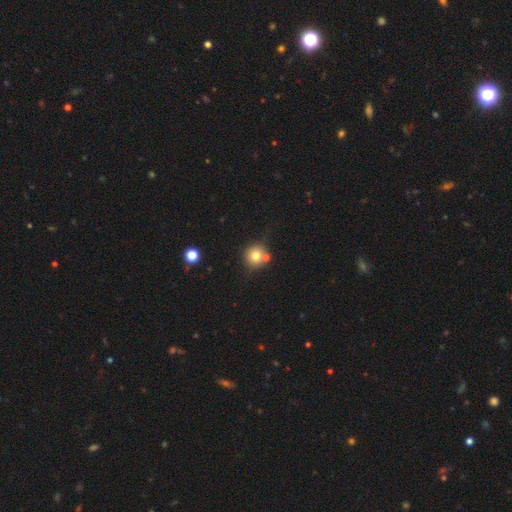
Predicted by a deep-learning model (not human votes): Smooth or featured?
  - smooth: 76% *
  - star or artifact: 12%
  - featured or disk: 12%
How rounded?
  - round: 91% *
  - in between: 8%
  - cigar-shaped: 1%
Merging?
  - none: 67% *
  - merger: 20%
  - minor disturbance: 11%
  - major disturbance: 3%